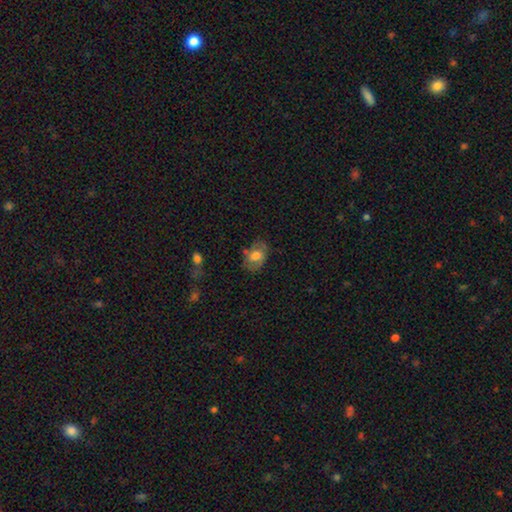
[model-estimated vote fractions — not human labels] Q: Smooth or featured?
A: smooth (65%); runner-up: featured or disk (27%)
Q: How rounded?
A: in between (77%); runner-up: round (22%)
Q: Merging?
A: none (59%); runner-up: minor disturbance (26%)